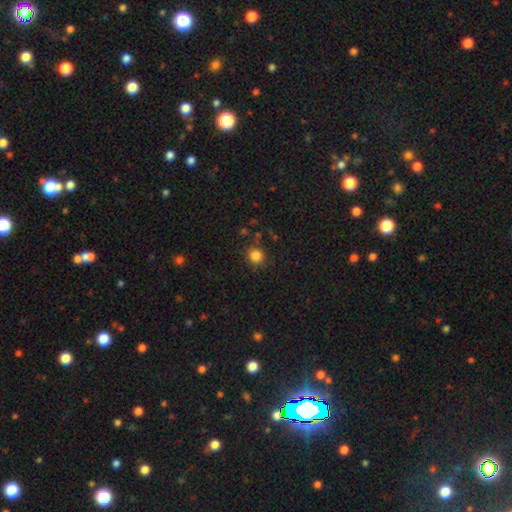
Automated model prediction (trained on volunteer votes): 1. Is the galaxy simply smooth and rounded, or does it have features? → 84% smooth, 12% star or artifact, 4% featured or disk.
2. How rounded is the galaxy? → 89% round, 10% in between, 1% cigar-shaped.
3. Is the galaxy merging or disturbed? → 82% none, 12% minor disturbance, 4% major disturbance, 3% merger.